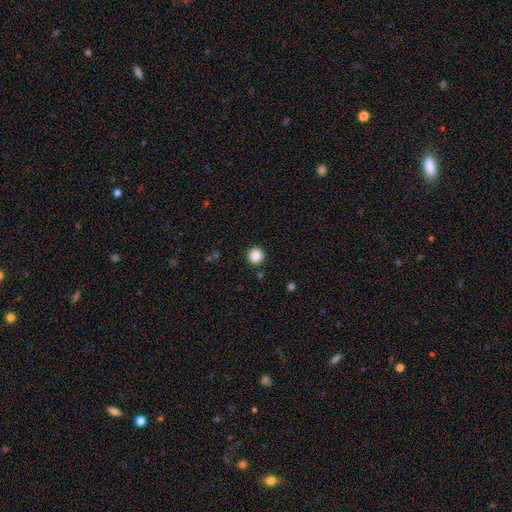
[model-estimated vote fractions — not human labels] Q: Smooth or featured?
A: smooth (85%); runner-up: star or artifact (10%)
Q: How rounded?
A: round (95%); runner-up: in between (4%)
Q: Merging?
A: none (92%); runner-up: minor disturbance (5%)